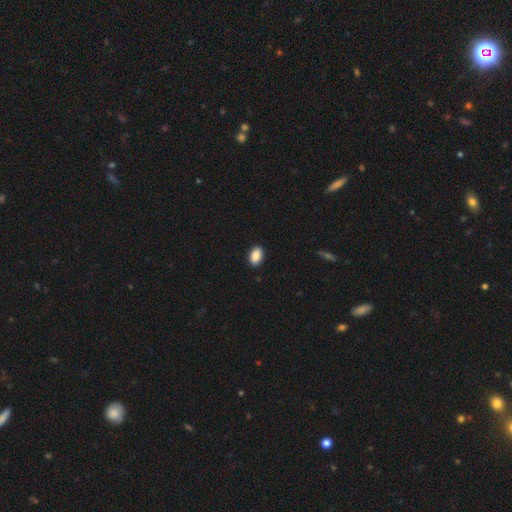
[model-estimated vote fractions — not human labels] This is clearly a smooth galaxy (88%). How rounded: clearly in between (90%). Merging: clearly none (90%).